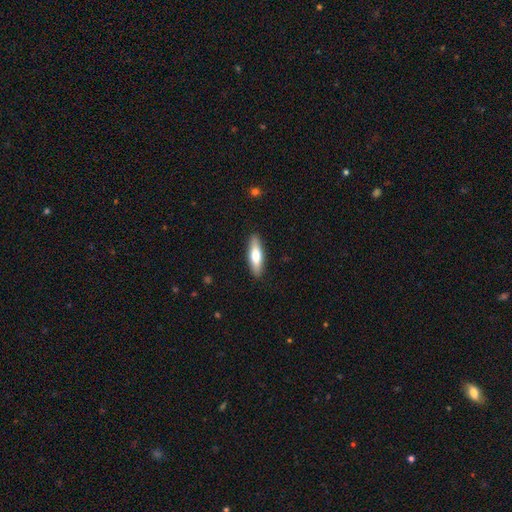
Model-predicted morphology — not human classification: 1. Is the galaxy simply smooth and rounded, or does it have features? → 65% smooth, 30% featured or disk, 5% star or artifact.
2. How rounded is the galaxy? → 63% cigar-shaped, 35% in between, 2% round.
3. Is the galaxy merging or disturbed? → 89% none, 8% minor disturbance, 2% major disturbance, 1% merger.